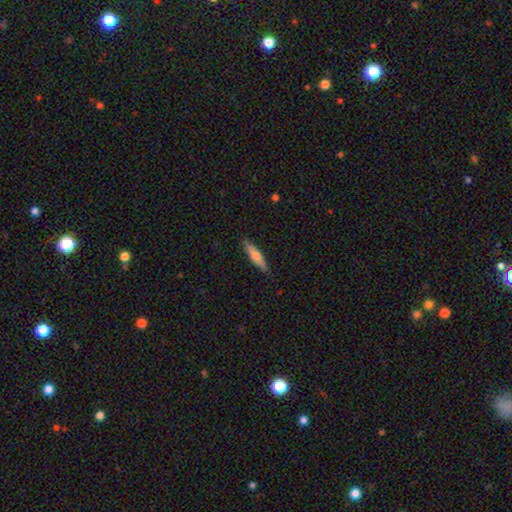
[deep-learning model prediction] smooth_or_featured: smooth (p=0.60) [alt: featured or disk p=0.34]
how_rounded: cigar-shaped (p=0.81) [alt: in between p=0.17]
merging: none (p=0.89) [alt: minor disturbance p=0.08]